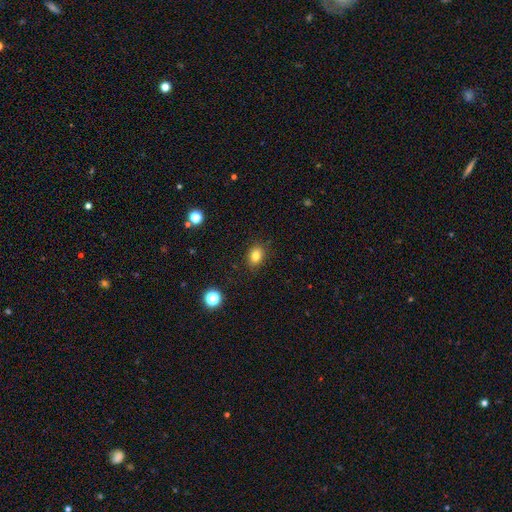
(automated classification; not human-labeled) Smooth or featured?
  - smooth: 81% *
  - star or artifact: 12%
  - featured or disk: 7%
How rounded?
  - in between: 59% *
  - round: 40%
  - cigar-shaped: 1%
Merging?
  - none: 87% *
  - minor disturbance: 9%
  - major disturbance: 2%
  - merger: 1%